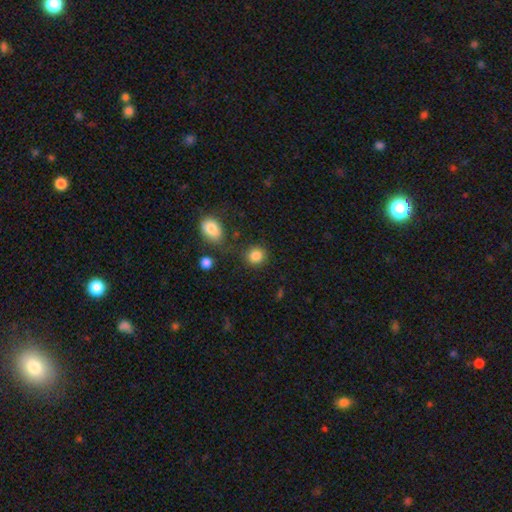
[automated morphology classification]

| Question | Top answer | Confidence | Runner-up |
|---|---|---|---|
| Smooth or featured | smooth | 85% | star or artifact (10%) |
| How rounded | round | 84% | in between (15%) |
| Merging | none | 80% | minor disturbance (11%) |